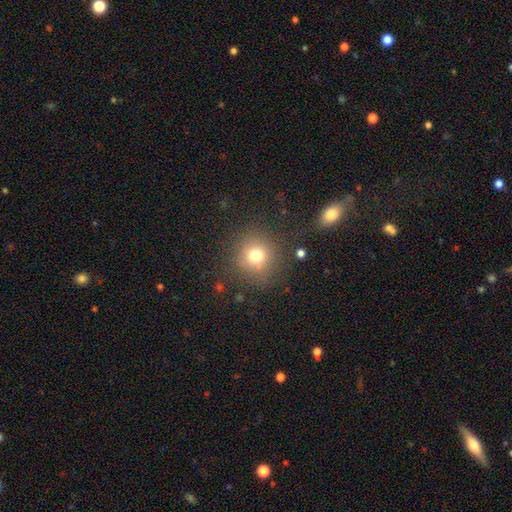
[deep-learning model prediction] Morphology: type=smooth (74%); roundness=round (91%); merging=none (81%).